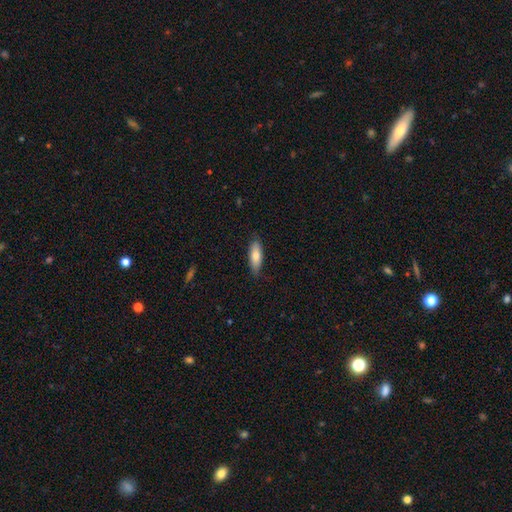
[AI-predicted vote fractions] A smooth galaxy with no disk features (74%) that is in between round and cigar-shaped (60%). Merging: none (83%).